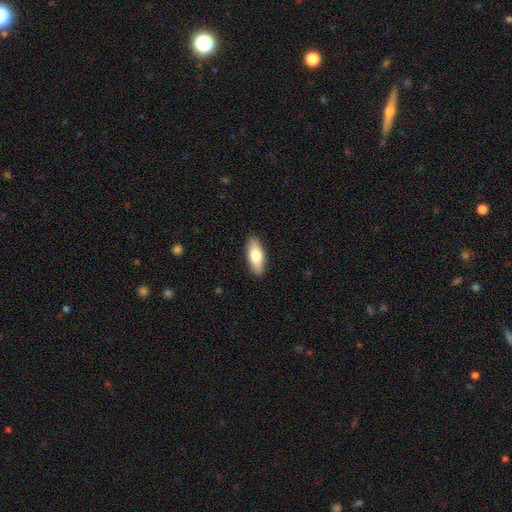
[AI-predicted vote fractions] Overall: smooth (74%). How rounded: in between (69%). Merging: none (90%).